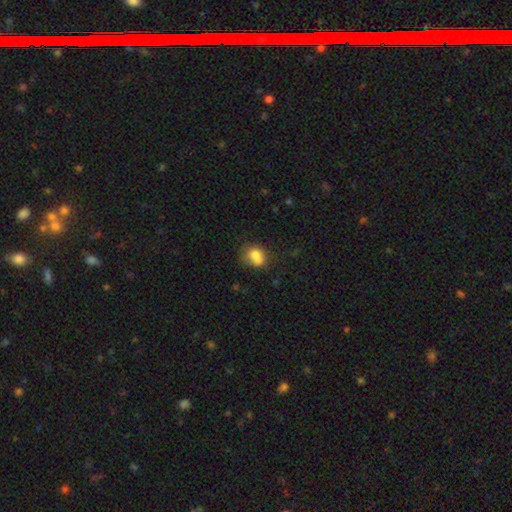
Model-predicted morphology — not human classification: Overall: smooth (75%). How rounded: round (55%; in between 44%). Merging: none (39%; merger 31%).